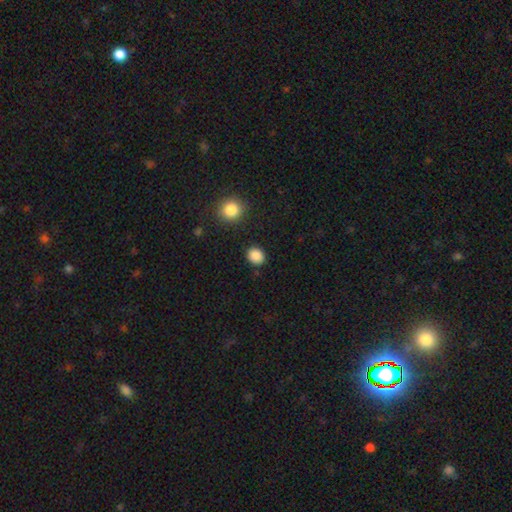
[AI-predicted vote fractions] Smooth or featured: smooth — 87% (star or artifact — 10%)
How rounded: round — 69% (in between — 30%)
Merging: none — 88% (minor disturbance — 7%)